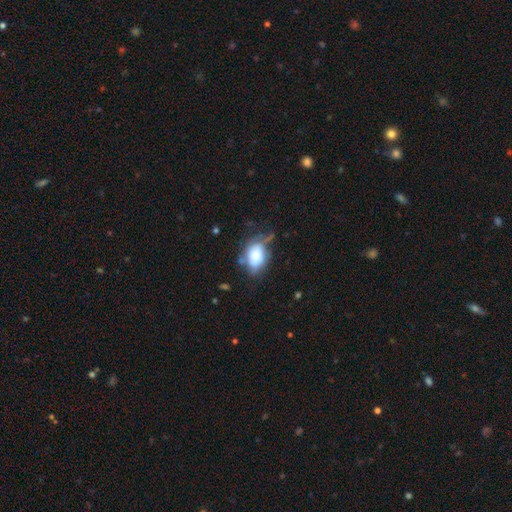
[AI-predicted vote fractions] A smooth galaxy with no disk features (68%) that is in between round and cigar-shaped (79%). Merging: none (42%).